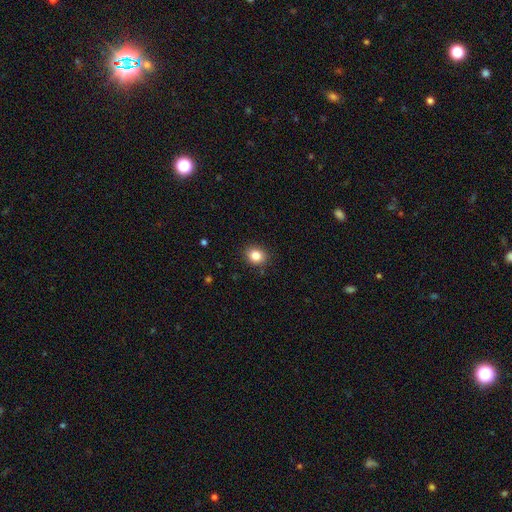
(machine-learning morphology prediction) A smooth galaxy with no disk features (83%) that is round (65%).

Vote fractions:
- Smooth or featured? smooth: 83% / star or artifact: 11% / featured or disk: 6%
- How rounded? round: 65% / in between: 34% / cigar-shaped: 1%
- Merging? none: 89% / minor disturbance: 8% / major disturbance: 2% / merger: 1%